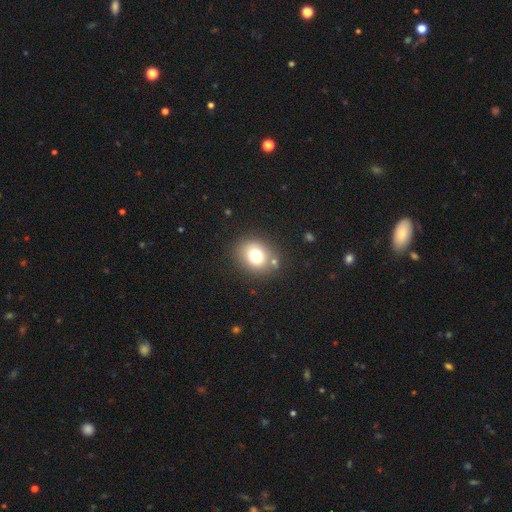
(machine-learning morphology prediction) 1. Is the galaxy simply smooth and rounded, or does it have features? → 76% smooth, 13% star or artifact, 12% featured or disk.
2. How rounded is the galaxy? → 66% round, 34% in between, 1% cigar-shaped.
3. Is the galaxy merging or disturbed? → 80% none, 11% minor disturbance, 5% merger, 4% major disturbance.